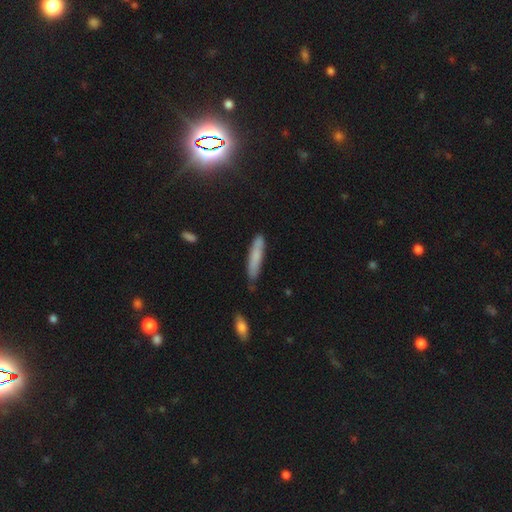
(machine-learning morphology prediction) A smooth galaxy with no disk features (71%) that is cigar-shaped (89%). Merging: none (77%).